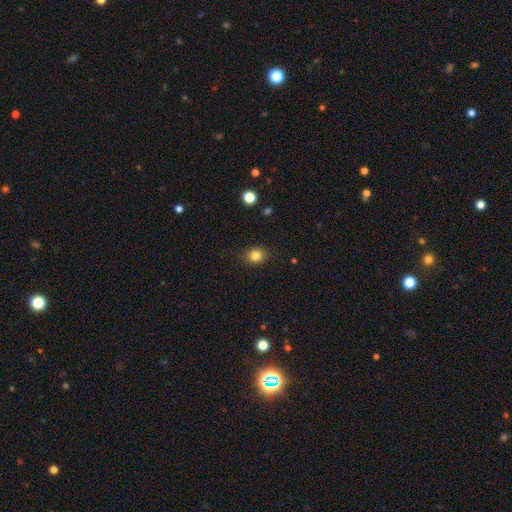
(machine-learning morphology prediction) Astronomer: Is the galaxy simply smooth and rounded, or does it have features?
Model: smooth — 83%.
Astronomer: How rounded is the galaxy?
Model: round — 68%.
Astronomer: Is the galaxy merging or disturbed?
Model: none — 85%.